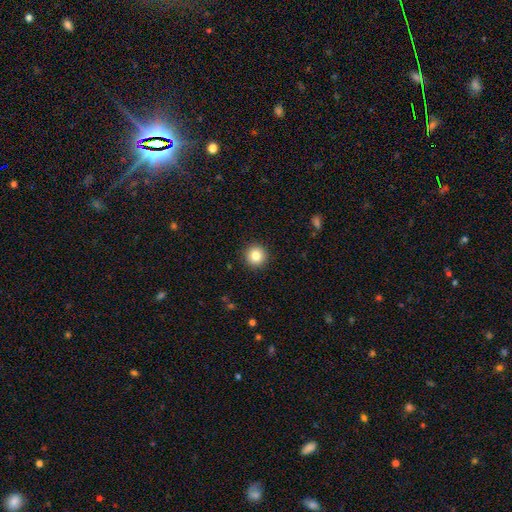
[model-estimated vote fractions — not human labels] Morphology: type=smooth (83%); roundness=round (96%); merging=none (92%).